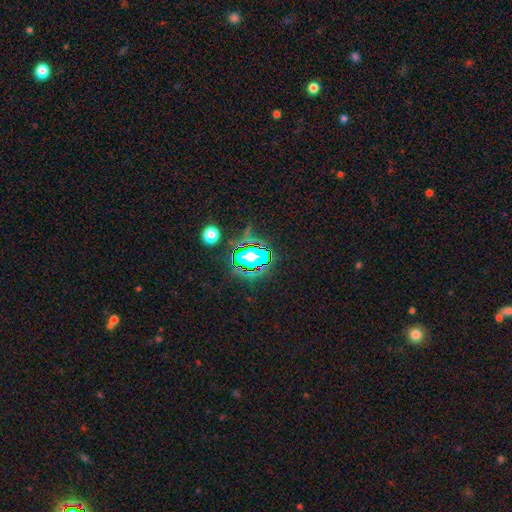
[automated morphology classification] Smooth or featured? Predicted: star or artifact (p=0.77).